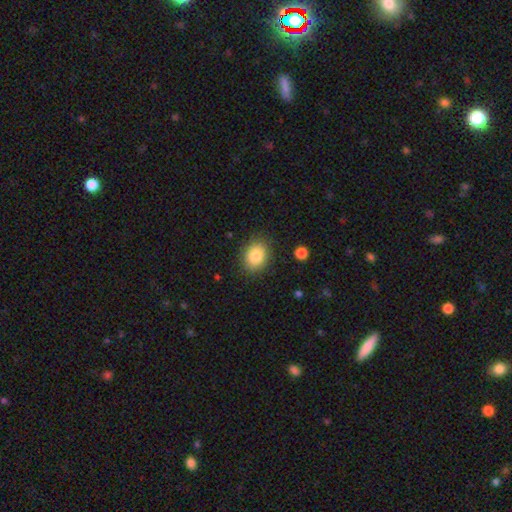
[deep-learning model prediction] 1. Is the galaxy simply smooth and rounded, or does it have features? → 83% smooth, 9% star or artifact, 8% featured or disk.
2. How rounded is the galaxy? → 61% in between, 38% round, 1% cigar-shaped.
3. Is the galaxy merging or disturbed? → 85% none, 11% minor disturbance, 3% major disturbance, 1% merger.